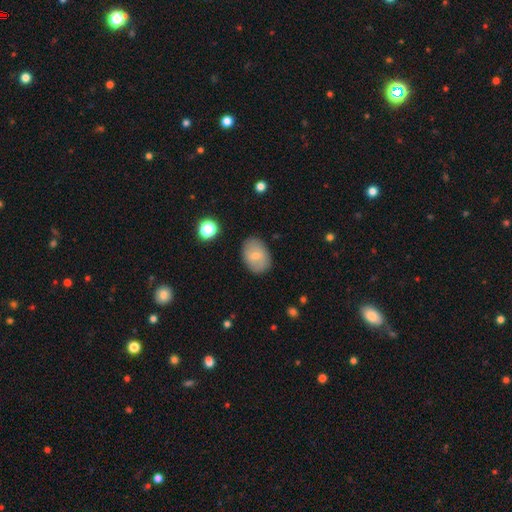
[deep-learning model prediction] Q: Smooth or featured?
A: smooth (66%); runner-up: featured or disk (26%)
Q: How rounded?
A: in between (78%); runner-up: round (21%)
Q: Merging?
A: none (83%); runner-up: minor disturbance (12%)